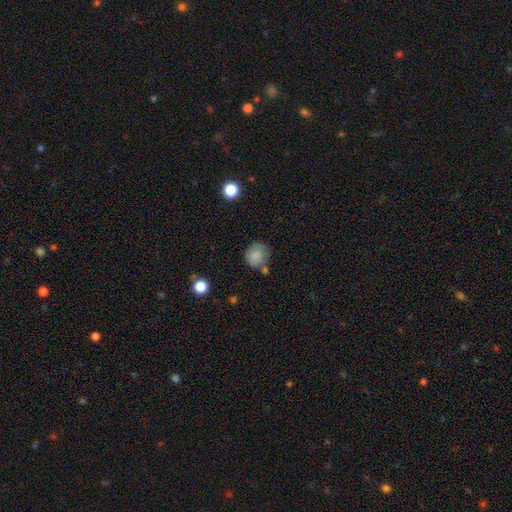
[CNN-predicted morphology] smooth-or-featured: smooth: 83% | star or artifact: 9% | featured or disk: 8%
  how-rounded: round: 80% | in between: 19% | cigar-shaped: 1%
  merging: none: 61% | minor disturbance: 23% | merger: 9% | major disturbance: 7%